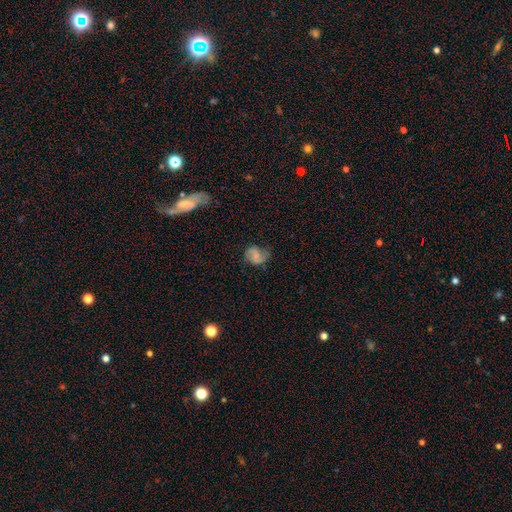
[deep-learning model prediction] Morphology: type=smooth (45%, tied with featured or disk); merging=none (55%).